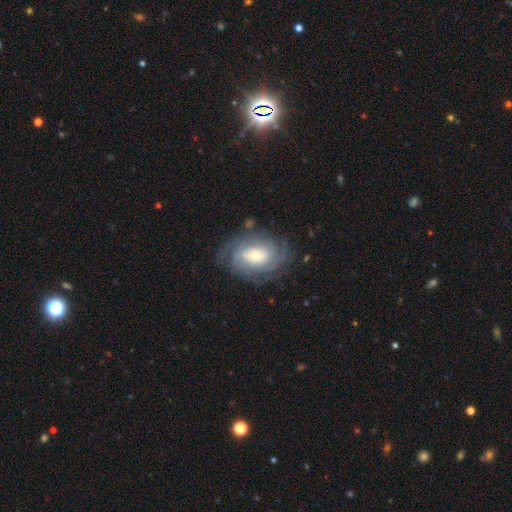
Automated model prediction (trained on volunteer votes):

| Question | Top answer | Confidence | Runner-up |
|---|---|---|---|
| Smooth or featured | featured or disk | 72% | smooth (21%) |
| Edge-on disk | no | 96% | yes (4%) |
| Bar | no | 69% | weak (24%) |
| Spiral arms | yes | 88% | no (12%) |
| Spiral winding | tight | 63% | medium (28%) |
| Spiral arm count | can't tell | 46% | 2 (16%) |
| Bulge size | small | 48% | moderate (38%) |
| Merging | none | 72% | minor disturbance (17%) |